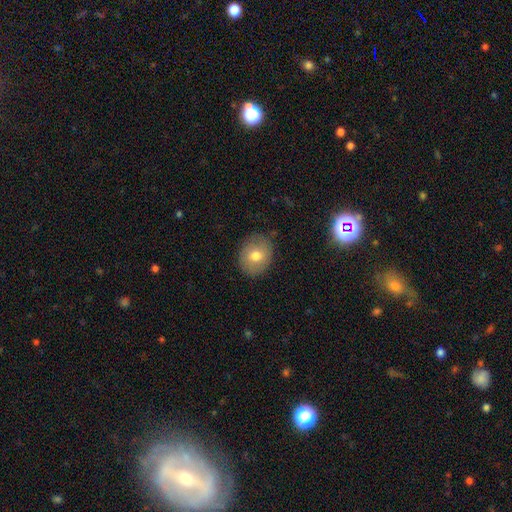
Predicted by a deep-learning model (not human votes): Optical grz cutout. It shows a smooth galaxy with no disk features (71%) that is round (58%). Merging: none (81%).